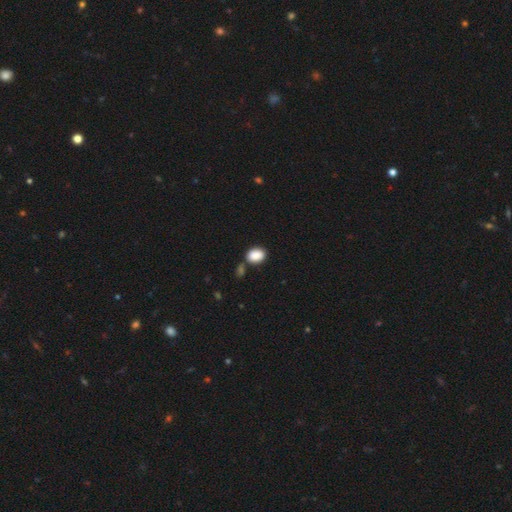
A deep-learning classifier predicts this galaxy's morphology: Smooth or featured?
  - smooth: 88% *
  - star or artifact: 8%
  - featured or disk: 4%
How rounded?
  - in between: 71% *
  - round: 28%
  - cigar-shaped: 1%
Merging?
  - none: 66% *
  - merger: 16%
  - minor disturbance: 14%
  - major disturbance: 4%